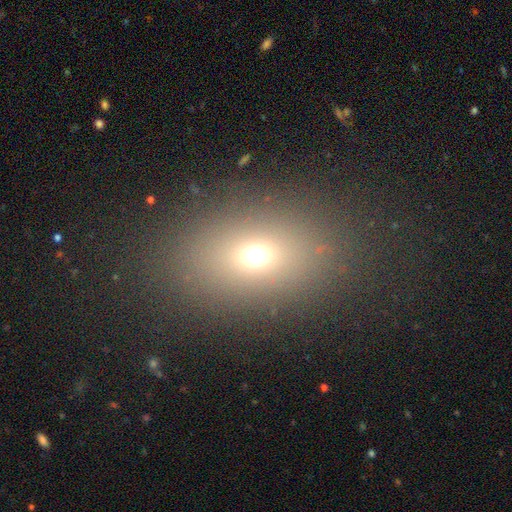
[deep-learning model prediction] smooth_or_featured: smooth (p=0.66) [alt: star or artifact p=0.21]
how_rounded: in between (p=0.69) [alt: round p=0.28]
merging: none (p=0.82) [alt: minor disturbance p=0.09]